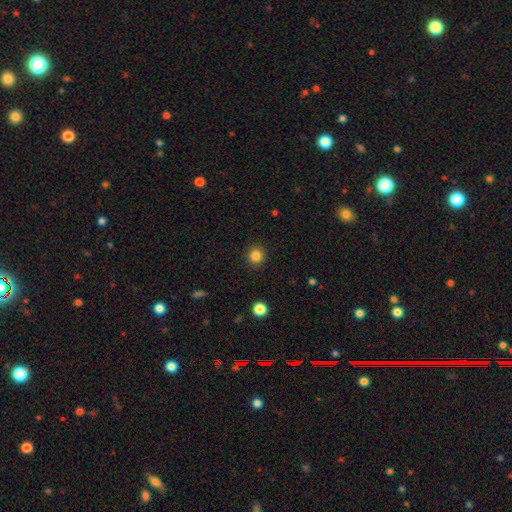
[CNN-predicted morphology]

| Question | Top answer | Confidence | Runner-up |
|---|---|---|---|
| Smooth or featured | smooth | 84% | star or artifact (12%) |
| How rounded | round | 93% | in between (6%) |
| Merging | none | 92% | minor disturbance (5%) |